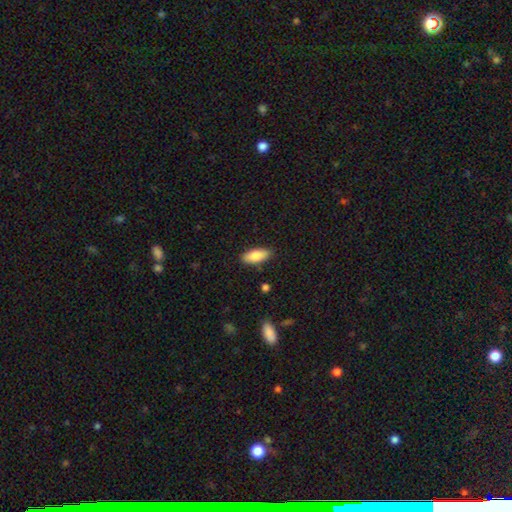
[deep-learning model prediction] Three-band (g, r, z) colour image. It shows a smooth galaxy with no disk features (83%) that is in between round and cigar-shaped (86%). Merging: none (87%).